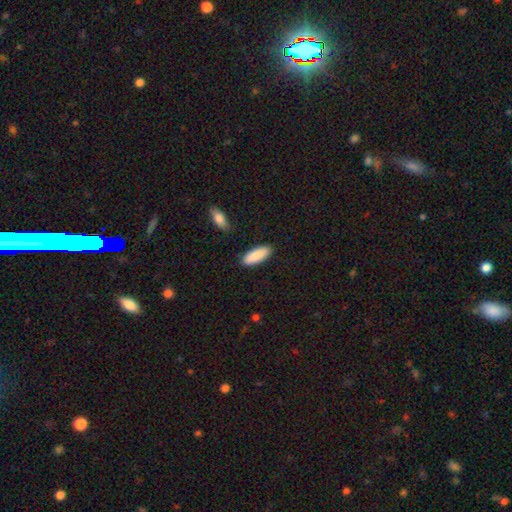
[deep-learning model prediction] The model was most divided on "how rounded": in between: 67%, cigar-shaped: 32%, round: 1%. More confident: smooth or featured — smooth (89%); merging — none (87%).